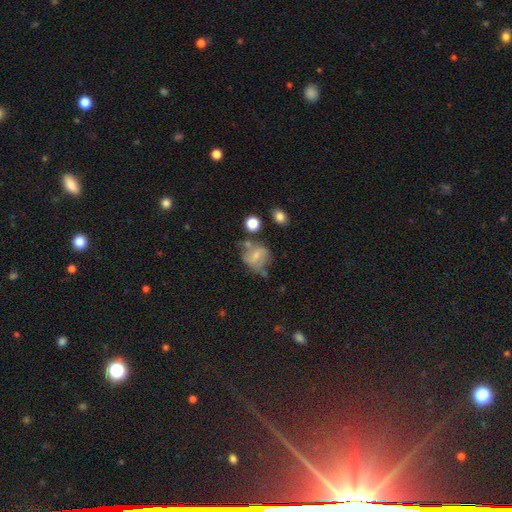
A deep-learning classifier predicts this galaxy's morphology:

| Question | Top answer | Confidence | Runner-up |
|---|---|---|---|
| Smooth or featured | smooth | 54% | featured or disk (36%) |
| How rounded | round | 63% | in between (36%) |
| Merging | none | 44% | minor disturbance (27%) |